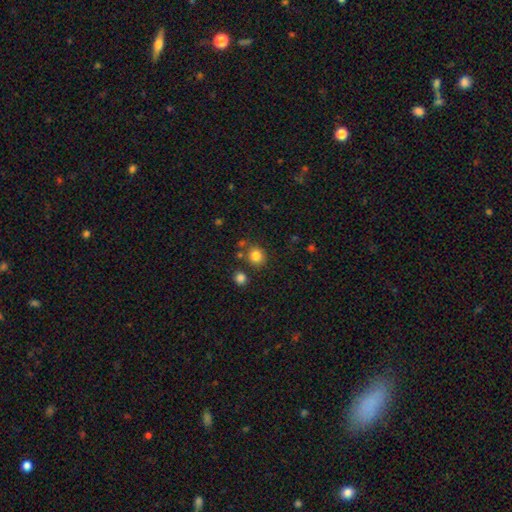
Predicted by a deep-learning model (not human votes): This is clearly a smooth galaxy (83%). How rounded: clearly round (83%). Merging: likely none (80%).